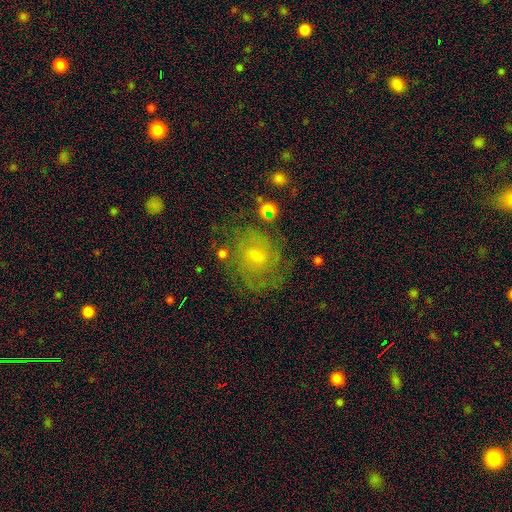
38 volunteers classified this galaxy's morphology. Q: Smooth or featured?
A: featured or disk (92%); runner-up: smooth (5%)
Q: Edge-on disk?
A: no (100%)
Q: Bar?
A: no (51%); runner-up: weak (43%)
Q: Spiral arms?
A: yes (97%); runner-up: no (3%)
Q: Spiral winding?
A: tight (68%); runner-up: medium (29%)
Q: Spiral arm count?
A: 4 (47%); runner-up: can't tell (29%)
Q: Bulge size?
A: moderate (63%); runner-up: small (34%)
Q: Merging?
A: none (68%); runner-up: minor disturbance (19%)